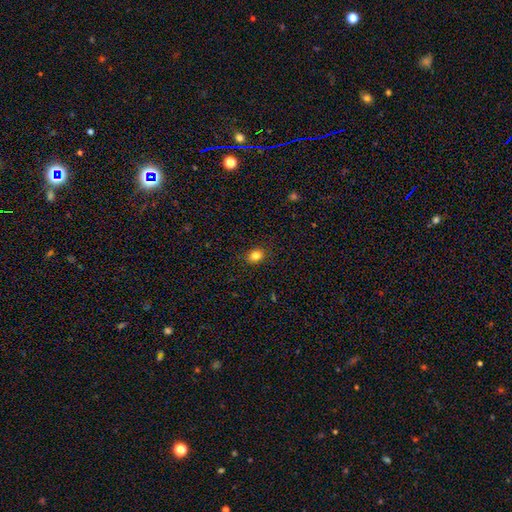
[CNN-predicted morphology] This appears to be a smooth galaxy with no disk features (83%) that is round (50%). Merging: none (88%).